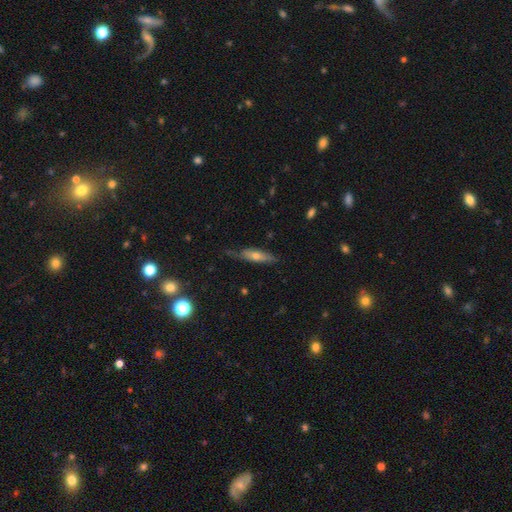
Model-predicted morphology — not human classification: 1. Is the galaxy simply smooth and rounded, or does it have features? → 51% smooth, 42% featured or disk, 7% star or artifact.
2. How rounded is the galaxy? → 63% cigar-shaped, 35% in between, 3% round.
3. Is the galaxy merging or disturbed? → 63% none, 27% minor disturbance, 7% major disturbance, 2% merger.